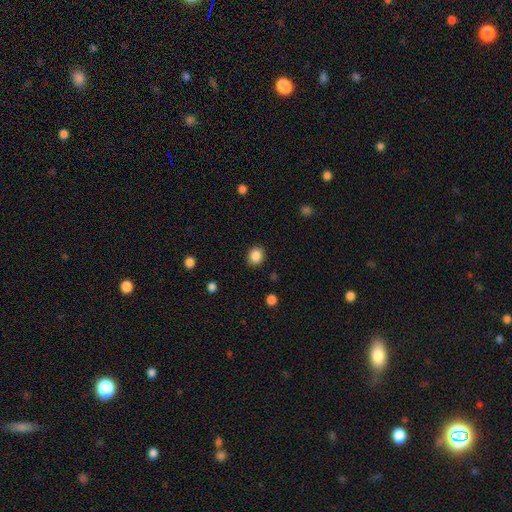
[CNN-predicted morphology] type=smooth (87%); roundness=round (71%); merging=none (88%).